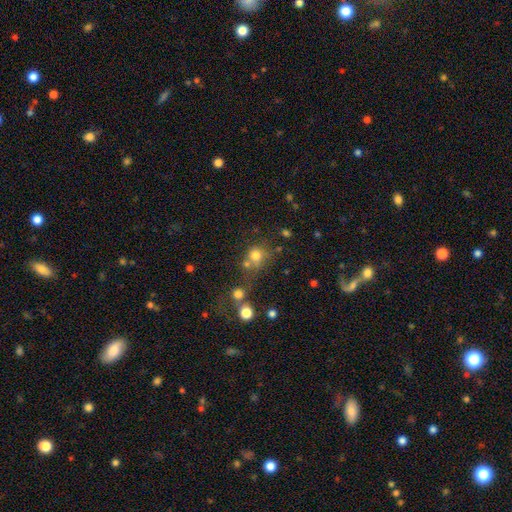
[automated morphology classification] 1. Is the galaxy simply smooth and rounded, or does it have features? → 73% smooth, 17% star or artifact, 10% featured or disk.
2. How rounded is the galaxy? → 83% round, 16% in between, 1% cigar-shaped.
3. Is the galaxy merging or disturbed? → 51% none, 28% merger, 13% minor disturbance, 9% major disturbance.